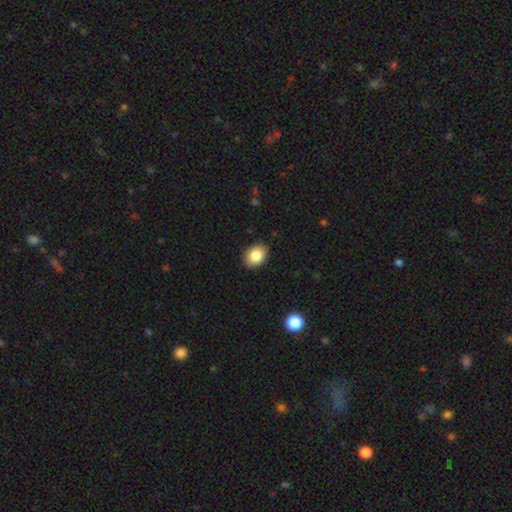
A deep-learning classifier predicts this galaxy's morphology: This appears to be a smooth galaxy with no disk features (85%) that is in between round and cigar-shaped (67%). Merging: none (89%).